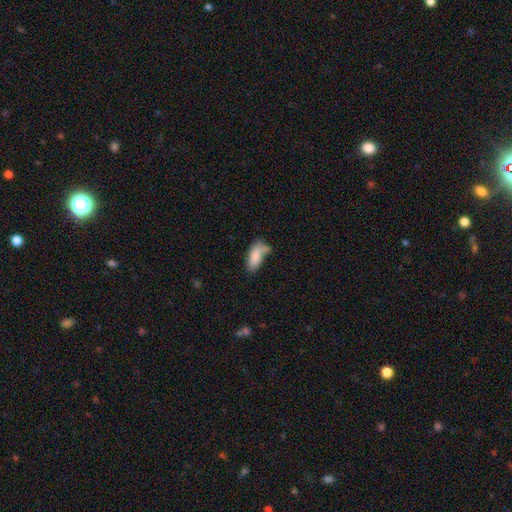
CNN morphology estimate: Q: Smooth or featured?
A: smooth (81%); runner-up: featured or disk (11%)
Q: How rounded?
A: in between (81%); runner-up: cigar-shaped (17%)
Q: Merging?
A: none (42%); runner-up: minor disturbance (26%)